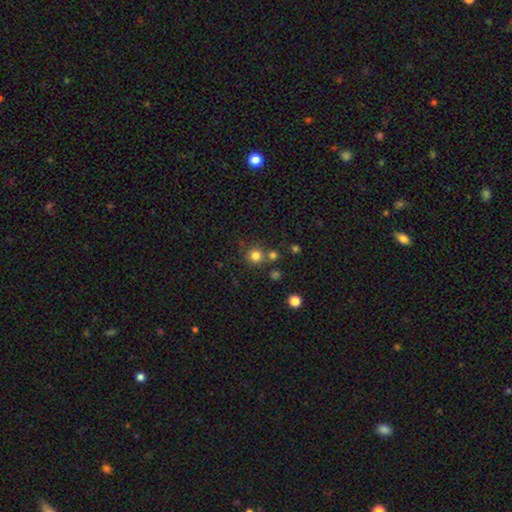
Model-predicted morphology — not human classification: Smooth or featured: smooth — 80% (star or artifact — 14%)
How rounded: round — 92% (in between — 7%)
Merging: none — 71% (merger — 18%)